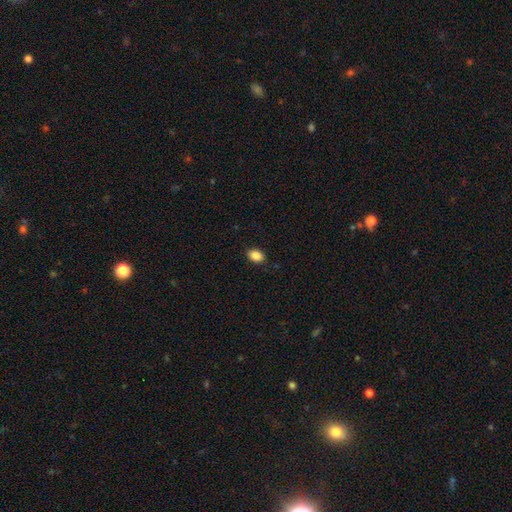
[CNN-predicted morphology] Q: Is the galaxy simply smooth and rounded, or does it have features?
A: smooth — 89%.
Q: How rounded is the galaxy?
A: in between — 85%.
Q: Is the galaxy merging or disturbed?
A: none — 88%.